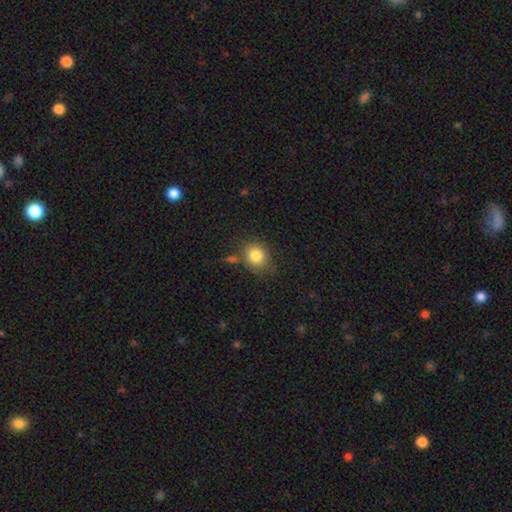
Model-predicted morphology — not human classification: A smooth galaxy with no disk features (83%) that is round (67%).

Vote fractions:
- Smooth or featured? smooth: 83% / star or artifact: 10% / featured or disk: 8%
- How rounded? round: 67% / in between: 32% / cigar-shaped: 1%
- Merging? none: 70% / minor disturbance: 15% / merger: 9% / major disturbance: 5%